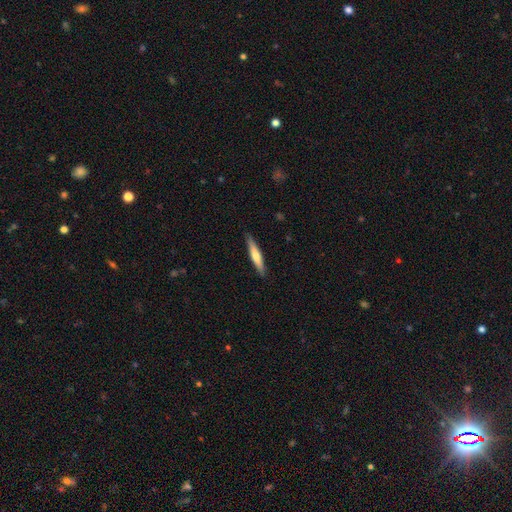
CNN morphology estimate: smooth-or-featured: smooth: 57% | featured or disk: 38% | star or artifact: 5%
  how-rounded: cigar-shaped: 90% | in between: 8% | round: 1%
  merging: none: 88% | minor disturbance: 9% | major disturbance: 2% | merger: 1%